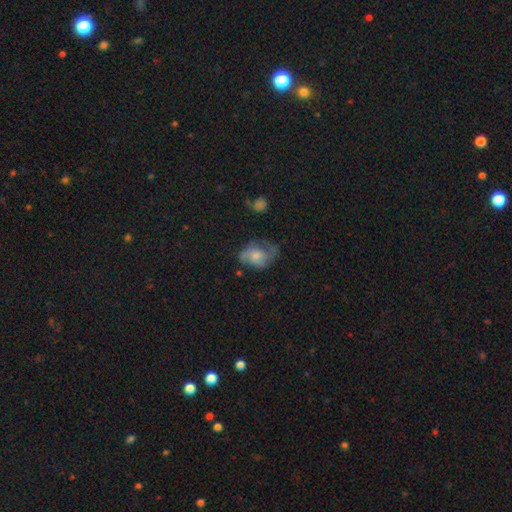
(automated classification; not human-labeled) Morphology: type=featured or disk (53%); edge-on=no (97%); bar=no (73%); spiral arms=yes (81%); bulge=moderate (46%); merging=none (46%).